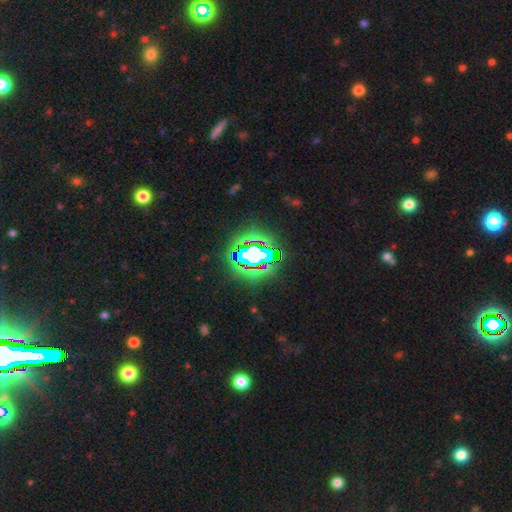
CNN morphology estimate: A star or artifact, not a galaxy (72%).